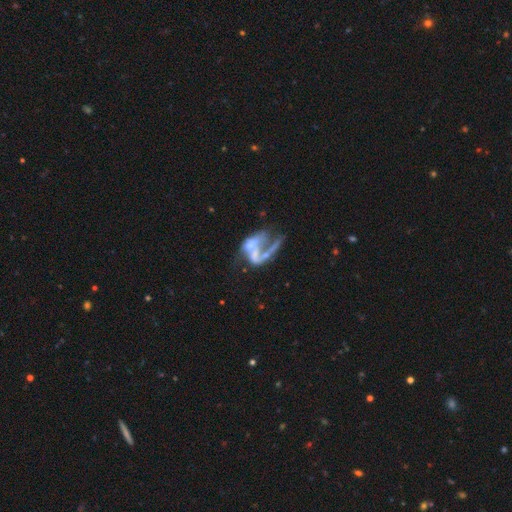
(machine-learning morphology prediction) smooth_or_featured: featured or disk (p=0.68) [alt: smooth p=0.21]
disk_edge_on: no (p=0.97) [alt: yes p=0.03]
bar: no (p=0.72) [alt: weak p=0.20]
has_spiral_arms: no (p=0.57) [alt: yes p=0.43]
bulge_size: none (p=0.40) [alt: small p=0.27]
merging: major disturbance (p=0.39) [alt: merger p=0.37]